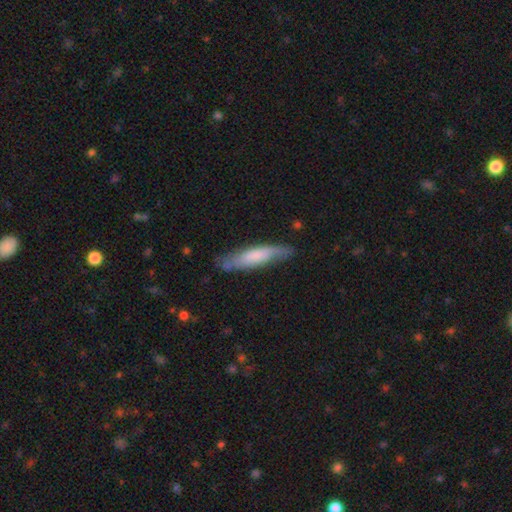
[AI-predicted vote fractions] This appears to be a smooth galaxy with no disk features (60%) that is cigar-shaped (80%). Merging: none (75%).